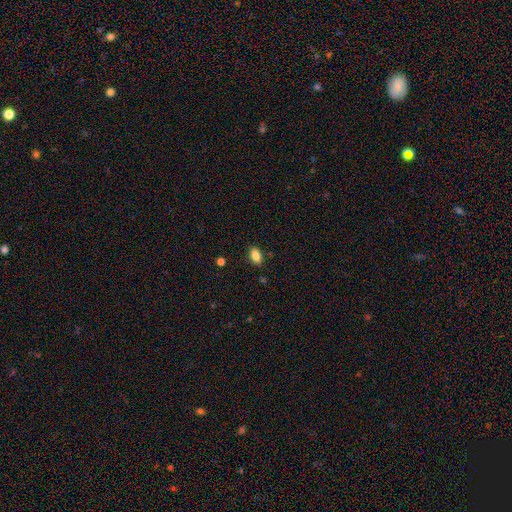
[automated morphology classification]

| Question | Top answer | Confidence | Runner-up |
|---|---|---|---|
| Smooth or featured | smooth | 86% | star or artifact (9%) |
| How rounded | in between | 88% | round (9%) |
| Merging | none | 86% | minor disturbance (10%) |